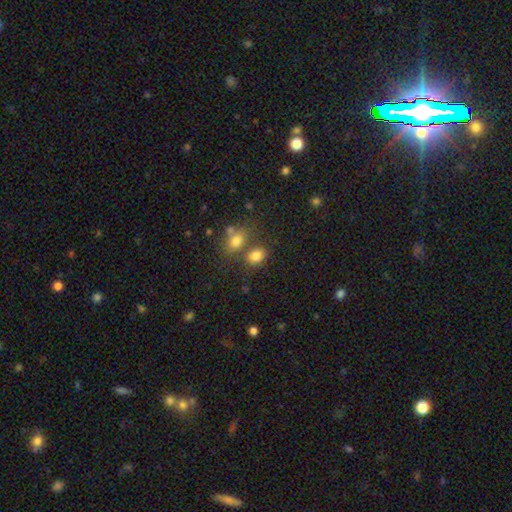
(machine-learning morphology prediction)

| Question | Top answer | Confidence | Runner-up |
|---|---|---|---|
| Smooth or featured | smooth | 81% | star or artifact (12%) |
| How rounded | in between | 66% | round (32%) |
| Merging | none | 57% | merger (26%) |